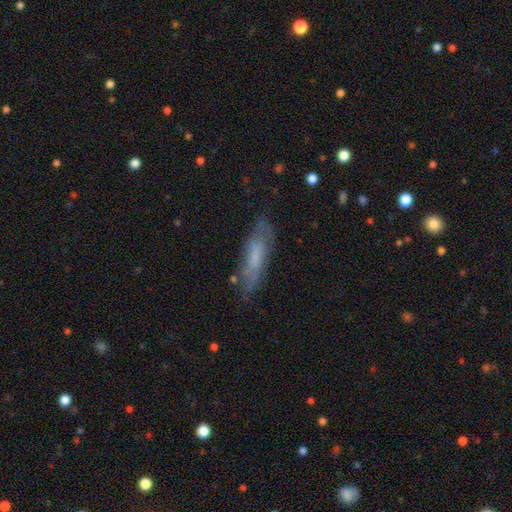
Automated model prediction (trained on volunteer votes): This is possibly a smooth galaxy (49%). Merging: likely none (66%).